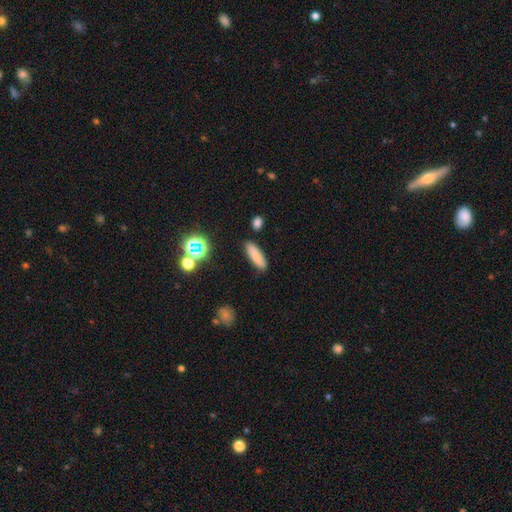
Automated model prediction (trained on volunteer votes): Q: Smooth or featured?
A: smooth (79%); runner-up: star or artifact (11%)
Q: How rounded?
A: cigar-shaped (52%); runner-up: in between (46%)
Q: Merging?
A: none (86%); runner-up: minor disturbance (9%)